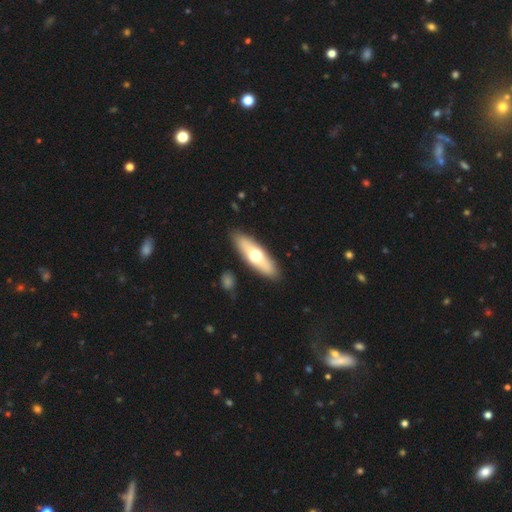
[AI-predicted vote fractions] Q: Smooth or featured?
A: smooth (55%); runner-up: featured or disk (40%)
Q: How rounded?
A: cigar-shaped (52%); runner-up: in between (45%)
Q: Merging?
A: none (88%); runner-up: minor disturbance (8%)